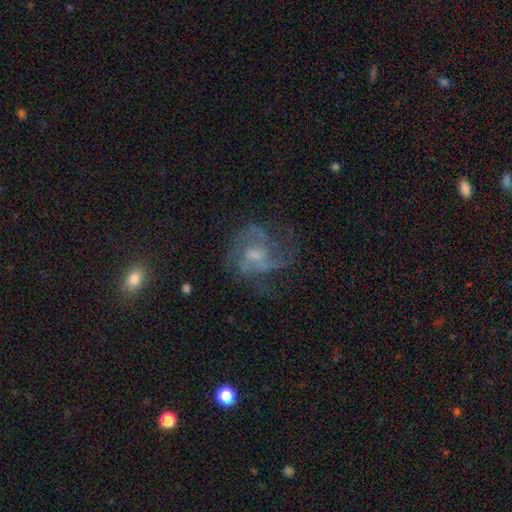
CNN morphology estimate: A featured or disk galaxy (72%) with no bar (59%), medium (46%) spiral arms (79%) and a small central bulge (41%). Merging: none (49%).